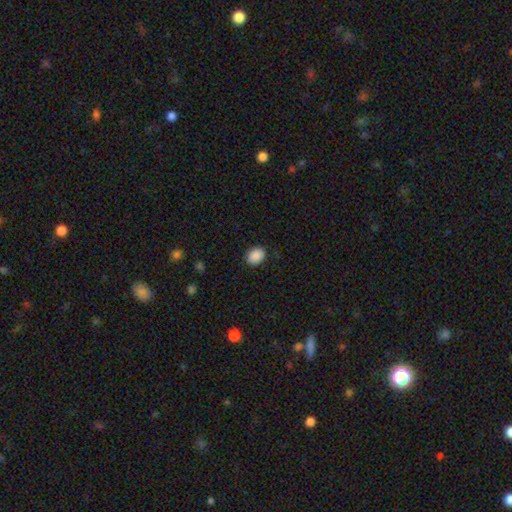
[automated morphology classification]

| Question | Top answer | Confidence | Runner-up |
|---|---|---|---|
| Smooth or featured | smooth | 89% | star or artifact (8%) |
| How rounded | in between | 61% | round (38%) |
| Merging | none | 88% | minor disturbance (9%) |